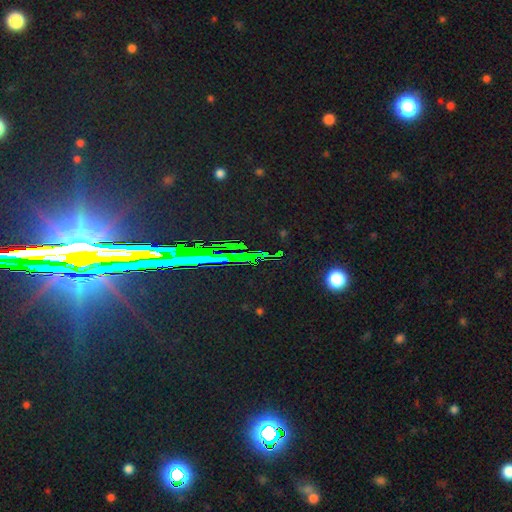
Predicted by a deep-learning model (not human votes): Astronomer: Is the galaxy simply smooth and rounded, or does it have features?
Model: star or artifact — 77%.